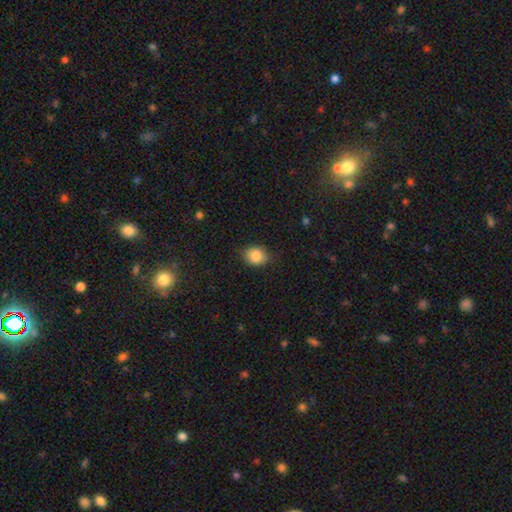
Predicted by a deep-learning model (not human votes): The model was most divided on "how rounded": round: 53%, in between: 46%, cigar-shaped: 1%. More confident: smooth or featured — smooth (86%); merging — none (80%).